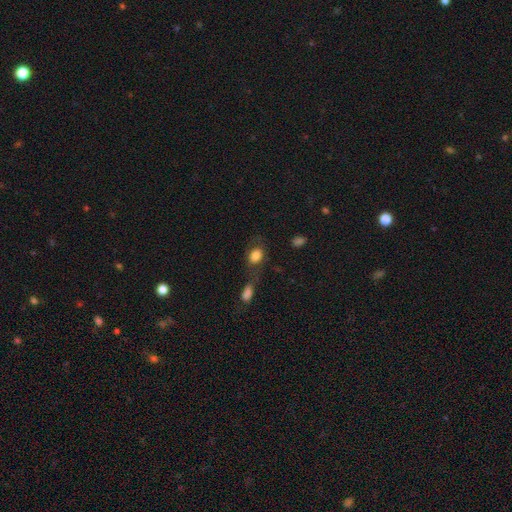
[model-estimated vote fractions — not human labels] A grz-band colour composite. It shows a smooth galaxy with no disk features (79%) that is in between round and cigar-shaped (68%). Merging: none (53%).